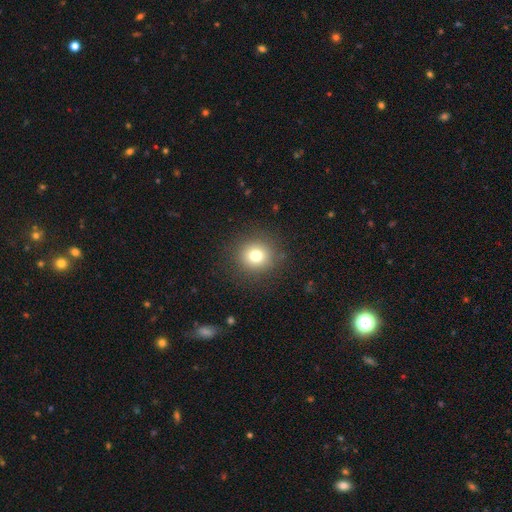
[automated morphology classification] The model was most divided on "smooth or featured": smooth: 77%, star or artifact: 14%, featured or disk: 9%. More confident: how rounded — round (91%); merging — none (89%).